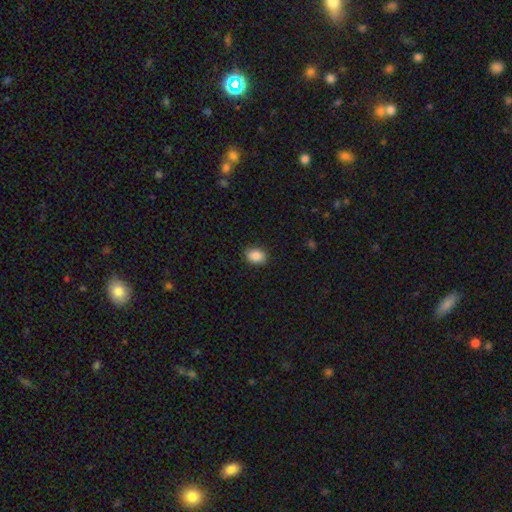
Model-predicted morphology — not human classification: The model was most divided on "how rounded": in between: 68%, round: 31%, cigar-shaped: 1%. More confident: smooth or featured — smooth (89%); merging — none (88%).